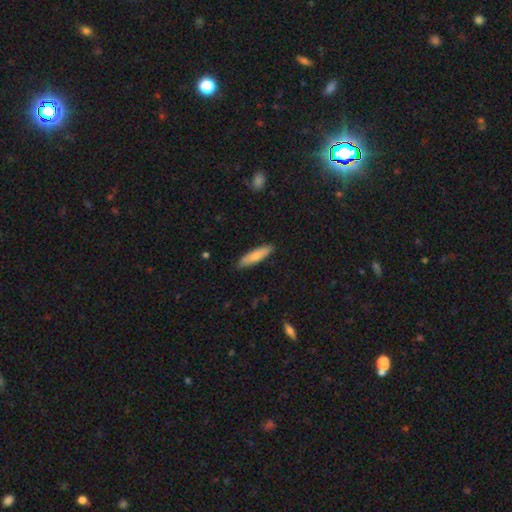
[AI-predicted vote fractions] Smooth or featured: smooth — 79% (featured or disk — 15%)
How rounded: cigar-shaped — 69% (in between — 29%)
Merging: none — 88% (minor disturbance — 9%)